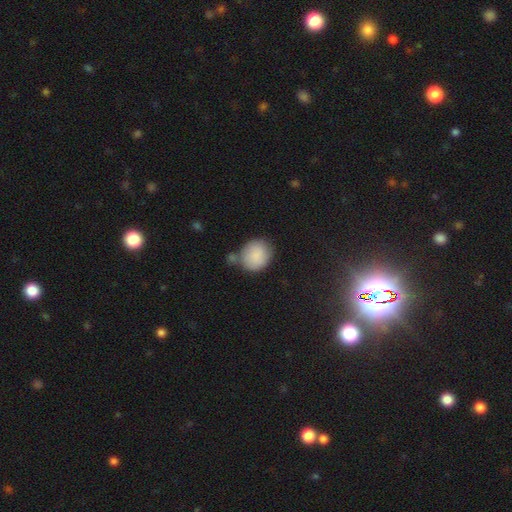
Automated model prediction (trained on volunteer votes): smooth-or-featured: smooth: 87% | star or artifact: 7% | featured or disk: 6%
  how-rounded: round: 71% | in between: 28% | cigar-shaped: 1%
  merging: none: 54% | minor disturbance: 20% | merger: 19% | major disturbance: 7%